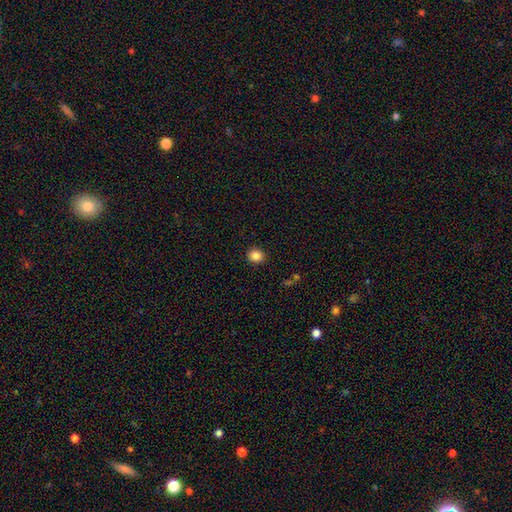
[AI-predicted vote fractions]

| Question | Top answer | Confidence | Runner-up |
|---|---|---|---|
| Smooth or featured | smooth | 85% | star or artifact (11%) |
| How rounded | round | 82% | in between (17%) |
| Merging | none | 91% | minor disturbance (6%) |